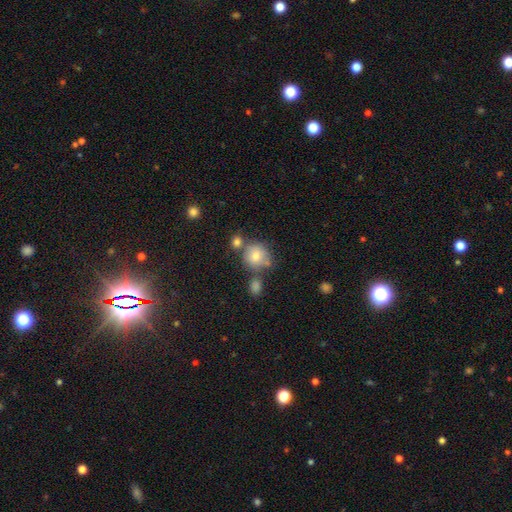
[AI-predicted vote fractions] Q: Smooth or featured?
A: smooth (74%); runner-up: featured or disk (14%)
Q: How rounded?
A: round (84%); runner-up: in between (15%)
Q: Merging?
A: none (57%); runner-up: merger (23%)